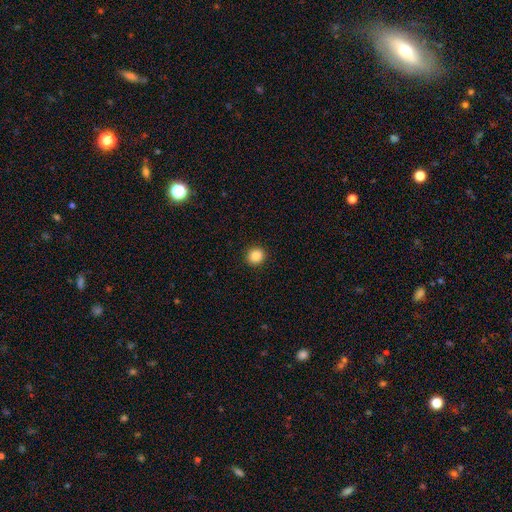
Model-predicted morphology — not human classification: smooth-or-featured: smooth: 86% | star or artifact: 10% | featured or disk: 3%
  how-rounded: round: 90% | in between: 9% | cigar-shaped: 1%
  merging: none: 92% | minor disturbance: 5% | major disturbance: 2% | merger: 1%